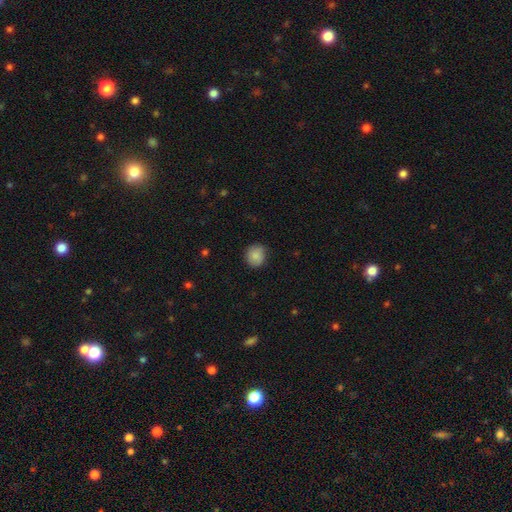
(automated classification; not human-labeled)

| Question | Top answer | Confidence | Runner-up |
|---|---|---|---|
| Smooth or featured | smooth | 86% | star or artifact (8%) |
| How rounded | round | 85% | in between (14%) |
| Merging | none | 84% | minor disturbance (12%) |